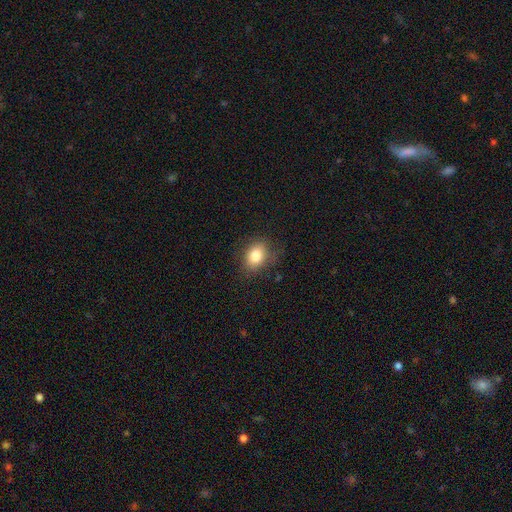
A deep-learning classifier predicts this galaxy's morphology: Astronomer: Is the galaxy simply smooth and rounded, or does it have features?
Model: smooth — 81%.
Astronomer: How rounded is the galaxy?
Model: in between — 65%.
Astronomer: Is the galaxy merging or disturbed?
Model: none — 77%.